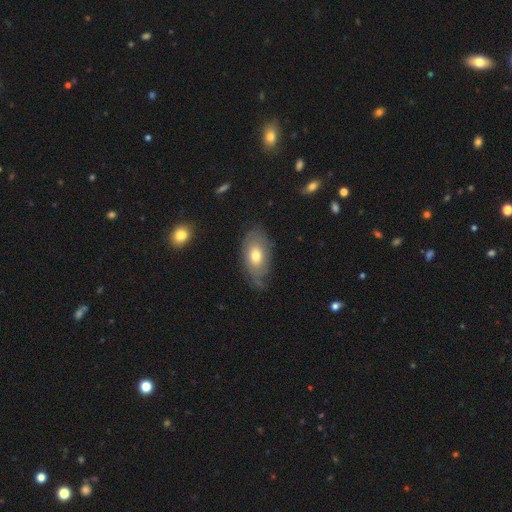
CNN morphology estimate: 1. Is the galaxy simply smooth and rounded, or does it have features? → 59% smooth, 34% featured or disk, 7% star or artifact.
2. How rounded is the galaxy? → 91% in between, 7% round, 2% cigar-shaped.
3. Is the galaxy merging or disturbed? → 63% none, 26% minor disturbance, 8% major disturbance, 2% merger.